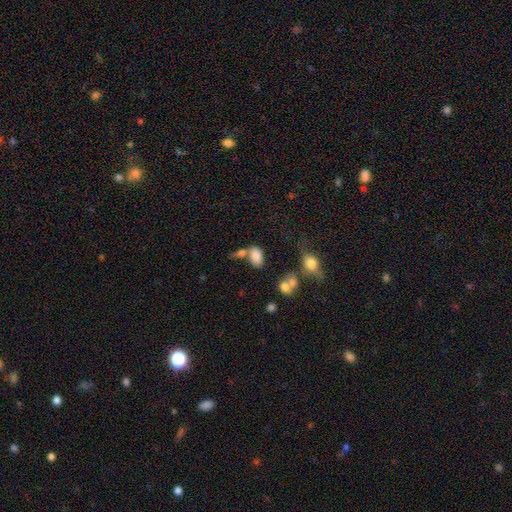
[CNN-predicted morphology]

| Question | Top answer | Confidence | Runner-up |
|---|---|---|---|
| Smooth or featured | smooth | 81% | star or artifact (10%) |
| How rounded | in between | 90% | round (8%) |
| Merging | none | 45% | merger (32%) |